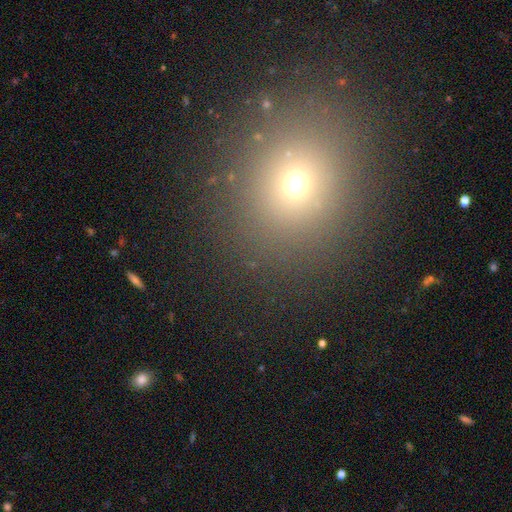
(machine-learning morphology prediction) The model was most divided on "smooth or featured": smooth: 62%, star or artifact: 29%, featured or disk: 9%. More confident: merging — none (88%); how rounded — round (79%).